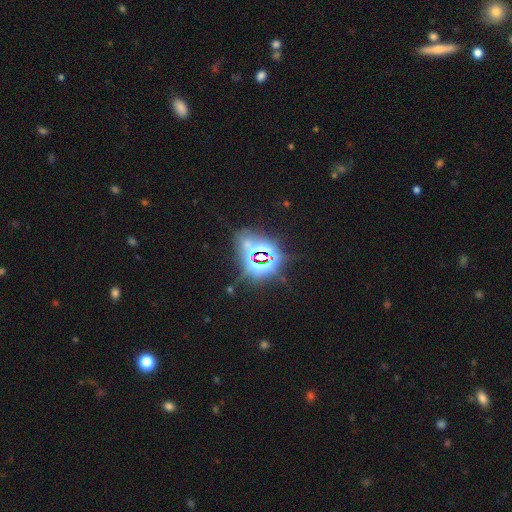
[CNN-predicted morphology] This appears to be a star or artifact, not a galaxy (77%).